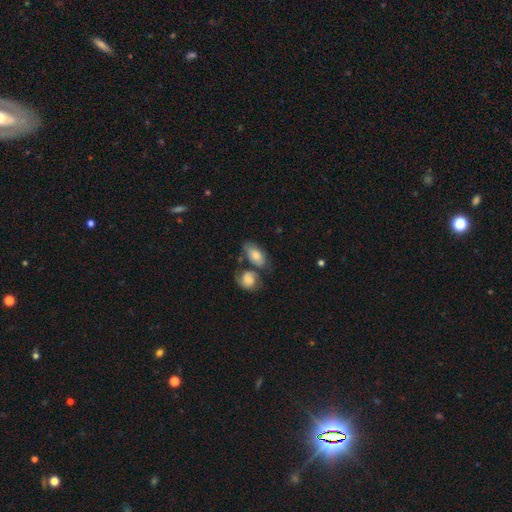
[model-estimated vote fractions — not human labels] The model was most divided on "merging": none: 37%, merger: 35%, minor disturbance: 17%, major disturbance: 10%. More confident: how rounded — in between (89%); smooth or featured — smooth (71%).